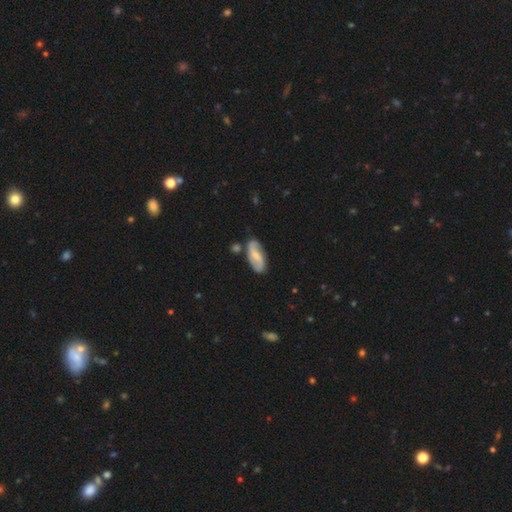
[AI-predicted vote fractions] Q: Smooth or featured?
A: featured or disk (61%); runner-up: smooth (33%)
Q: Edge-on disk?
A: no (93%); runner-up: yes (7%)
Q: Bar?
A: weak (46%); runner-up: no (31%)
Q: Spiral arms?
A: yes (89%); runner-up: no (11%)
Q: Spiral winding?
A: loose (55%); runner-up: medium (31%)
Q: Spiral arm count?
A: 2 (88%); runner-up: can't tell (7%)
Q: Bulge size?
A: small (54%); runner-up: moderate (33%)
Q: Merging?
A: none (76%); runner-up: minor disturbance (15%)